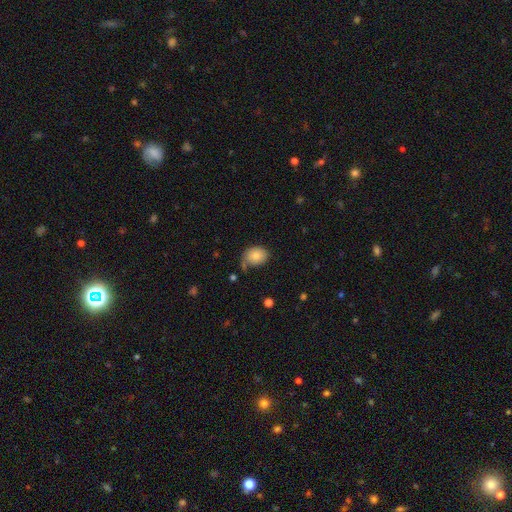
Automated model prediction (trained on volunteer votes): smooth_or_featured: smooth (p=0.78) [alt: featured or disk p=0.14]
how_rounded: in between (p=0.57) [alt: round p=0.42]
merging: none (p=0.59) [alt: minor disturbance p=0.25]